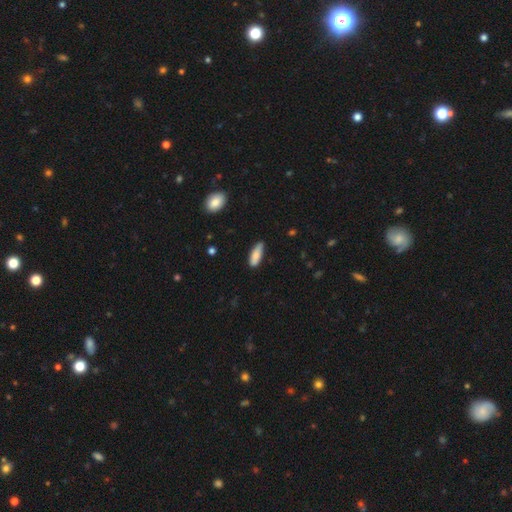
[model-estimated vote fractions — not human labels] Overall: smooth (83%). How rounded: in between (64%; cigar-shaped 34%). Merging: none (75%).